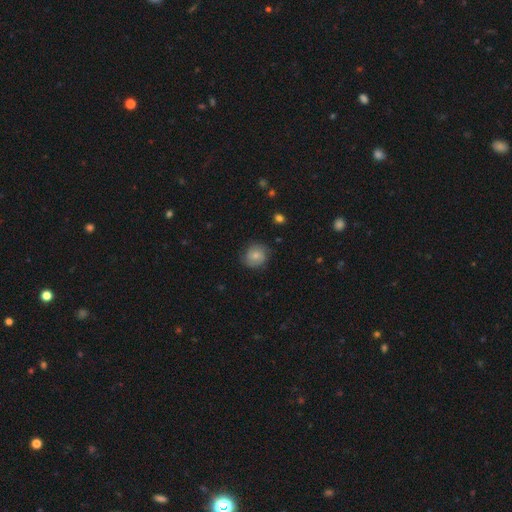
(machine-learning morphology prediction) Q: Smooth or featured?
A: smooth (60%); runner-up: featured or disk (32%)
Q: How rounded?
A: round (84%); runner-up: in between (15%)
Q: Merging?
A: none (76%); runner-up: minor disturbance (18%)